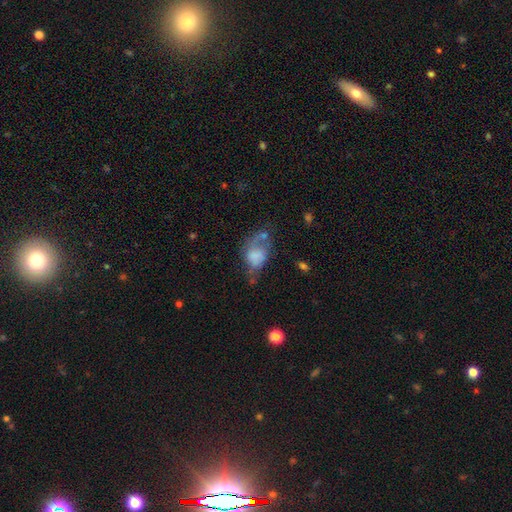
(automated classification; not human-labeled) This appears to be a smooth galaxy with no disk features (54%) that is in between round and cigar-shaped (79%). Merging: major disturbance (39%).